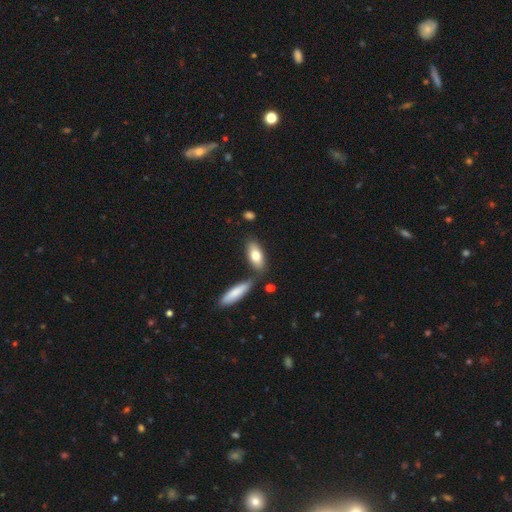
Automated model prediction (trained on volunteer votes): Morphology: type=smooth (74%); roundness=in between (77%); merging=none (70%).